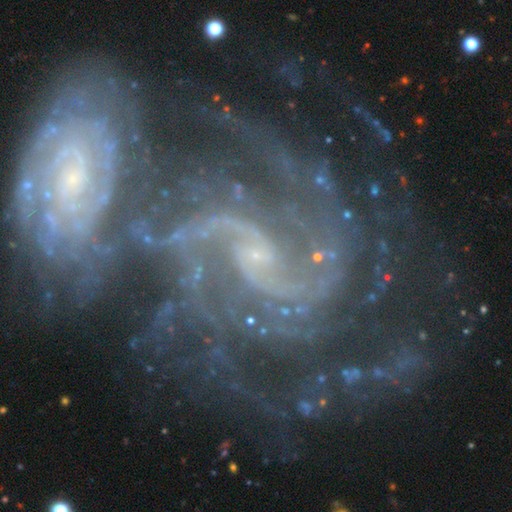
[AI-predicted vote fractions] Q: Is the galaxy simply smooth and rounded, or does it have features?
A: featured or disk — 88%.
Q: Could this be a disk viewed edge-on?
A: no — 97%.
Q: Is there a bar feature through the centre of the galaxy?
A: weak — 45%.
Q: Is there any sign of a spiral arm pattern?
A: yes — 97%.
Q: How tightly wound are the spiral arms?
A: tight — 59%.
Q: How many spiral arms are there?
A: can't tell — 27%.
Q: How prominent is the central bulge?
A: small — 76%.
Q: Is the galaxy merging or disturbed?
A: merger — 63%.